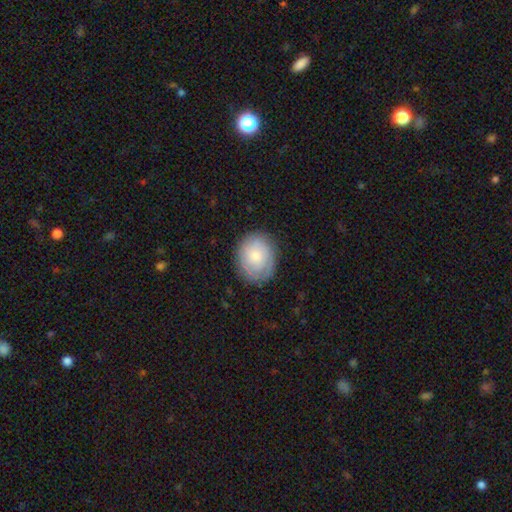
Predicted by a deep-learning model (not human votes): Smooth or featured?
  - smooth: 65% *
  - featured or disk: 27%
  - star or artifact: 7%
How rounded?
  - round: 59% *
  - in between: 40%
  - cigar-shaped: 1%
Merging?
  - none: 79% *
  - minor disturbance: 15%
  - major disturbance: 5%
  - merger: 1%